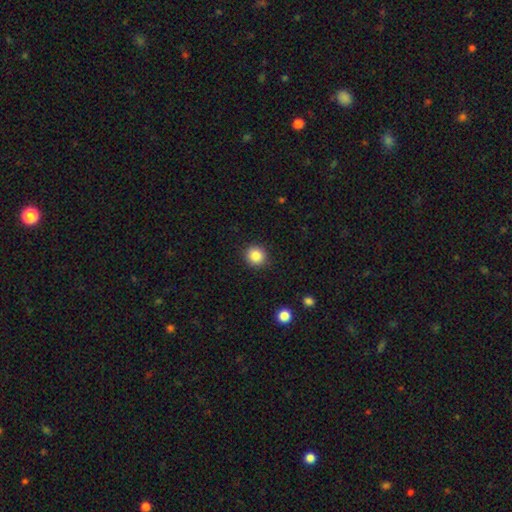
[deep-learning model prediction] Morphology: type=smooth (86%); roundness=round (91%); merging=none (91%).